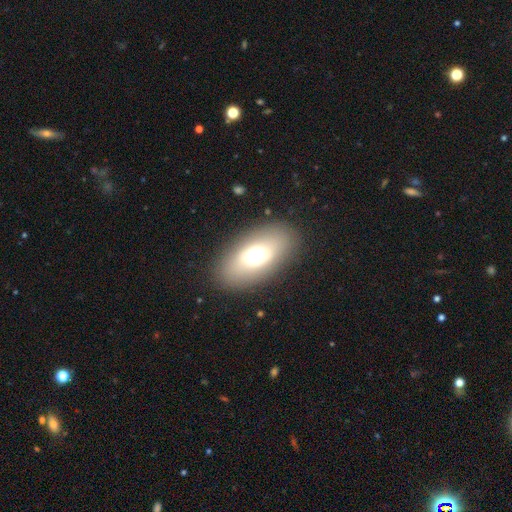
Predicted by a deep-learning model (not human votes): smooth-or-featured: smooth: 61% | featured or disk: 26% | star or artifact: 13%
  how-rounded: in between: 84% | round: 13% | cigar-shaped: 3%
  merging: none: 85% | minor disturbance: 9% | major disturbance: 5% | merger: 1%